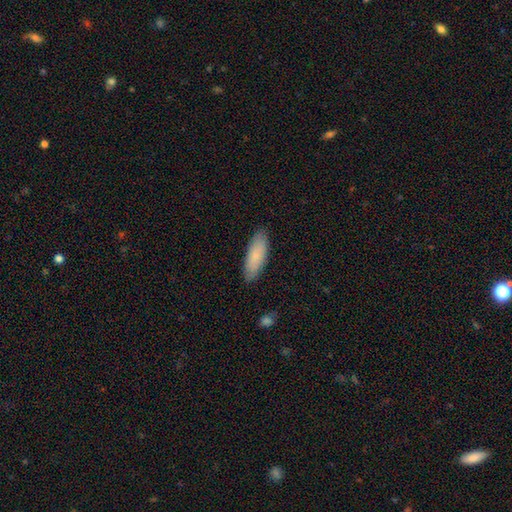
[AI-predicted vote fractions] smooth_or_featured: smooth (p=0.81) [alt: featured or disk p=0.13]
how_rounded: in between (p=0.60) [alt: cigar-shaped p=0.38]
merging: none (p=0.87) [alt: minor disturbance p=0.10]